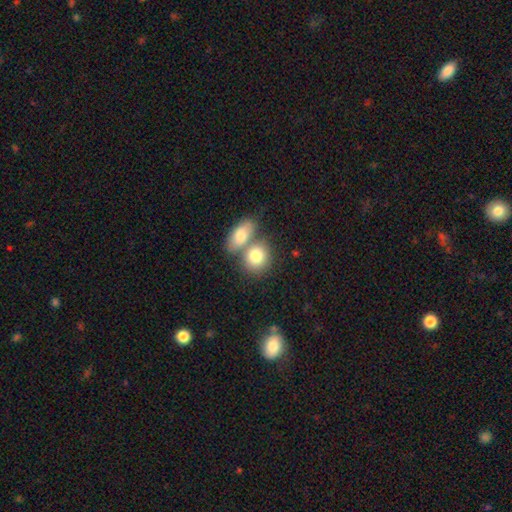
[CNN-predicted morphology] This is likely a smooth galaxy (80%). How rounded: possibly round (53%). Merging: possibly merger (48%).